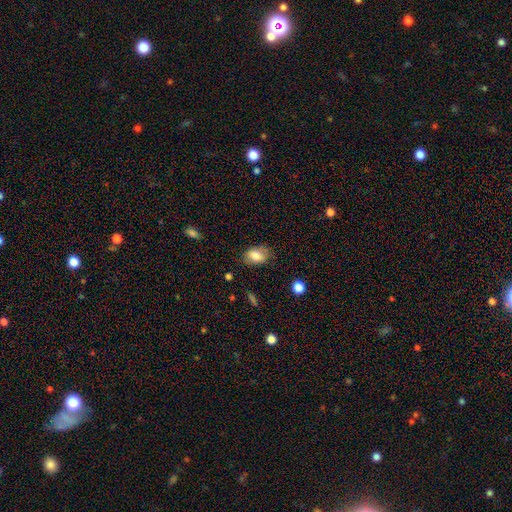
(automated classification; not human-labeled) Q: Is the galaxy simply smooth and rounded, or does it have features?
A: smooth — 78%.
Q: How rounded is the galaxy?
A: in between — 83%.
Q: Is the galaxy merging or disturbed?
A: none — 73%.